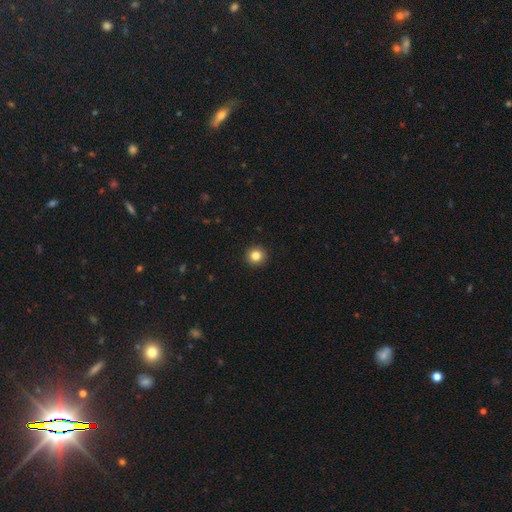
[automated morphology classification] Smooth or featured?
  - smooth: 84% *
  - star or artifact: 11%
  - featured or disk: 6%
How rounded?
  - round: 95% *
  - in between: 4%
  - cigar-shaped: 1%
Merging?
  - none: 93% *
  - minor disturbance: 4%
  - major disturbance: 1%
  - merger: 1%